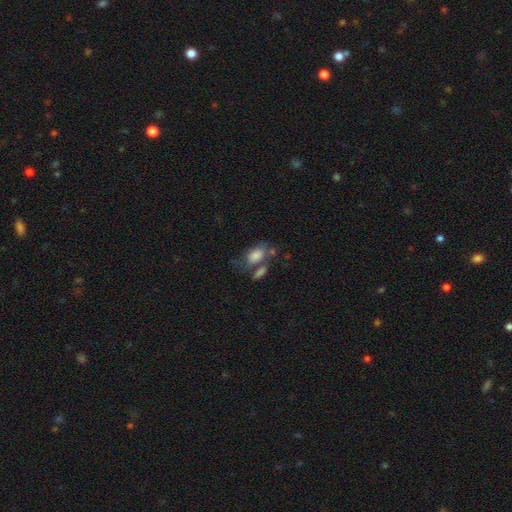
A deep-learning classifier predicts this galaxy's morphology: This is likely a smooth galaxy (78%). How rounded: clearly in between (87%). Merging: marginally none (40%).